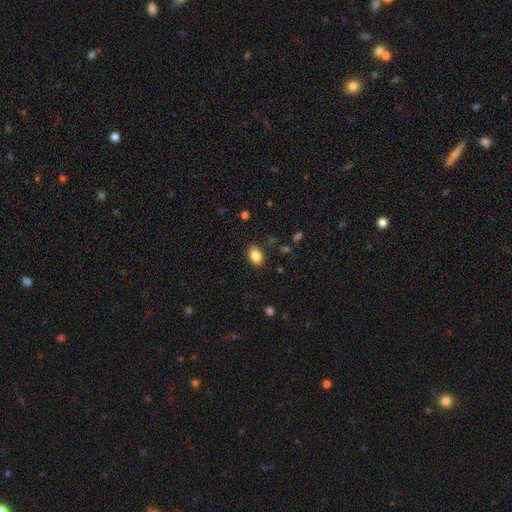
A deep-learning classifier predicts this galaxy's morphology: Q: Smooth or featured?
A: smooth (86%); runner-up: star or artifact (9%)
Q: How rounded?
A: in between (83%); runner-up: round (16%)
Q: Merging?
A: none (83%); runner-up: minor disturbance (12%)